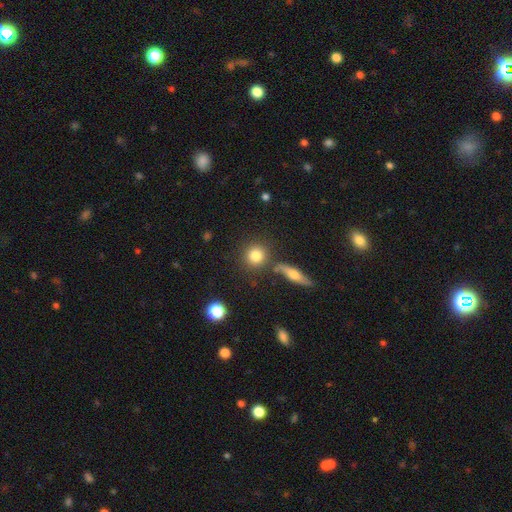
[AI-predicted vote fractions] This is clearly a smooth galaxy (80%). How rounded: clearly round (88%). Merging: likely none (79%).